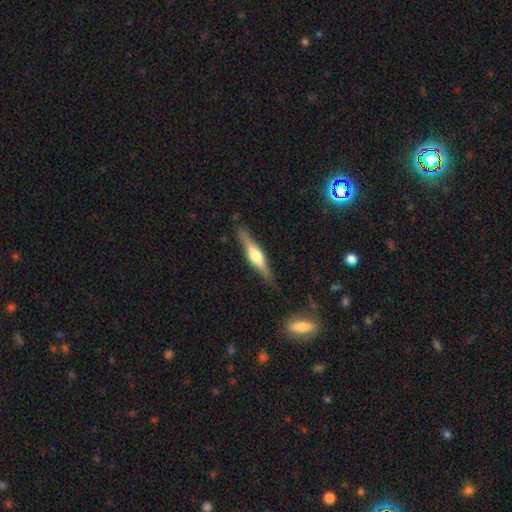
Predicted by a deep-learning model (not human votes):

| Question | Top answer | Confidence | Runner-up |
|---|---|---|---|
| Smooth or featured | featured or disk | 66% | smooth (29%) |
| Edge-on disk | yes | 96% | no (4%) |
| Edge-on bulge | rounded | 87% | boxy (10%) |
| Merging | none | 84% | minor disturbance (12%) |